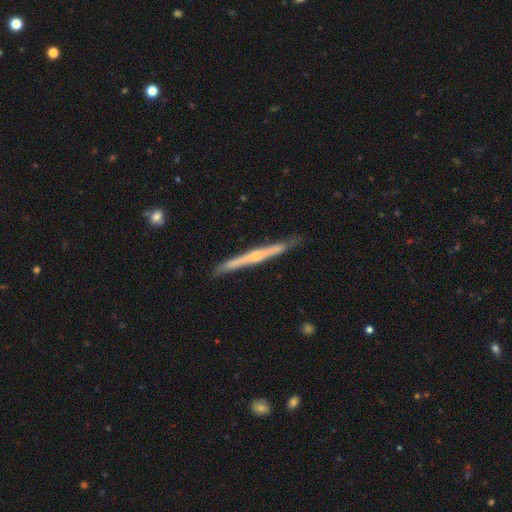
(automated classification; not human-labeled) A featured or disk galaxy (71%) viewed edge-on (98%) with a rounded central bulge (61%).

Vote fractions:
- Smooth or featured? featured or disk: 71% / smooth: 23% / star or artifact: 5%
- Edge-on disk? yes: 98% / no: 2%
- Edge-on bulge? rounded: 61% / none: 32% / boxy: 6%
- Merging? none: 86% / minor disturbance: 11% / major disturbance: 2% / merger: 1%